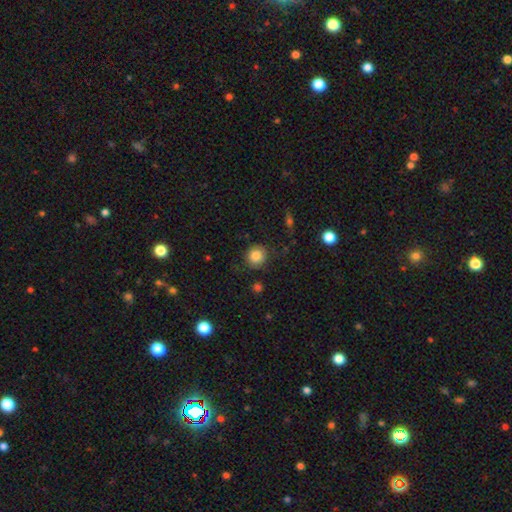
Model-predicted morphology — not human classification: type=smooth (84%); roundness=round (90%); merging=none (82%).